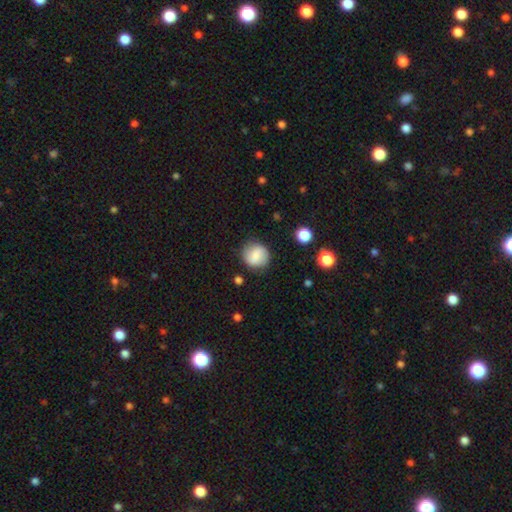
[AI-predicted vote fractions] Morphology: type=smooth (75%); roundness=round (86%); merging=none (82%).